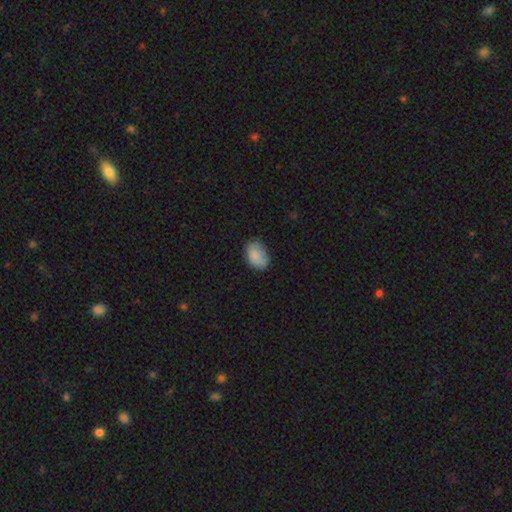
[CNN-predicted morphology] A smooth galaxy with no disk features (86%) that is in between round and cigar-shaped (85%).

Vote fractions:
- Smooth or featured? smooth: 86% / star or artifact: 8% / featured or disk: 7%
- How rounded? in between: 85% / round: 14% / cigar-shaped: 1%
- Merging? none: 75% / minor disturbance: 20% / major disturbance: 4% / merger: 1%